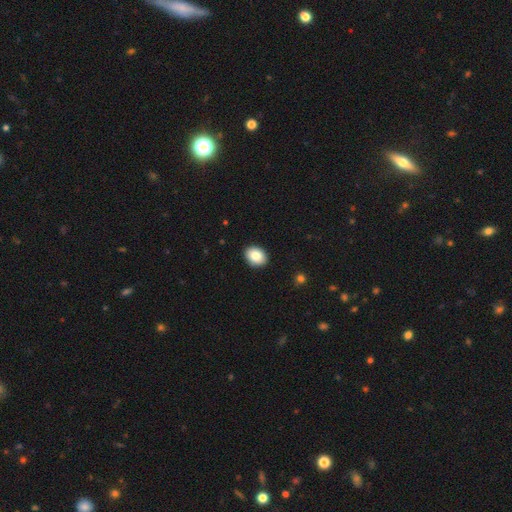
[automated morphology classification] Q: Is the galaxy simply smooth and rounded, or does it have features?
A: smooth — 85%.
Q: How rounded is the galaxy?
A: in between — 64%.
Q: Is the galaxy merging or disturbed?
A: none — 91%.